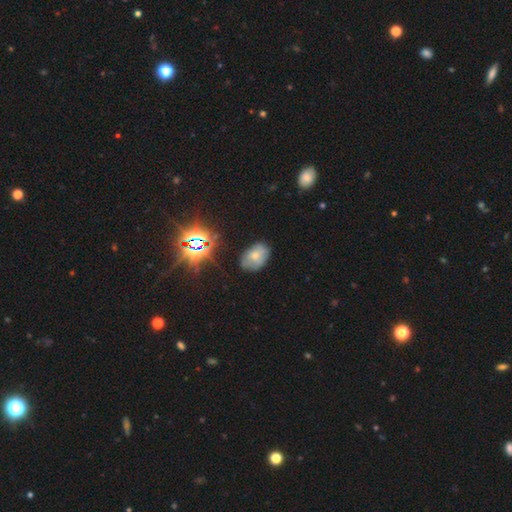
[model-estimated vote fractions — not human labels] Smooth or featured? Predicted: smooth (p=0.57). How rounded? Predicted: in between (p=0.83). Merging? Predicted: none (p=0.70).